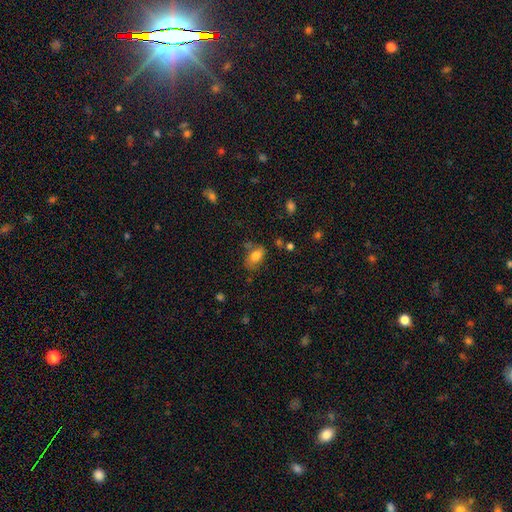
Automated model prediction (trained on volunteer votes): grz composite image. It shows a smooth galaxy with no disk features (78%) that is in between round and cigar-shaped (87%). Merging: none (58%).